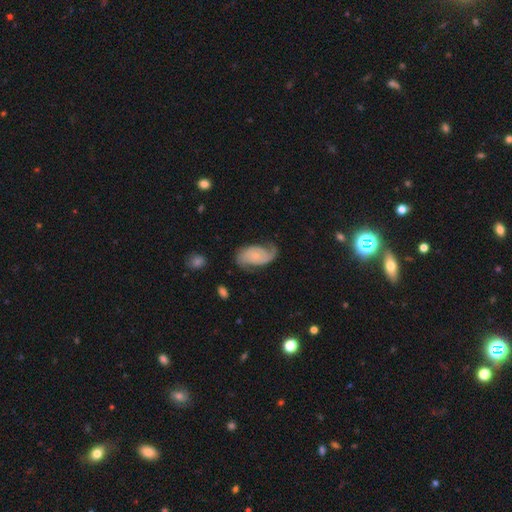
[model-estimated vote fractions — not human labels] Smooth or featured?
  - featured or disk: 77% *
  - smooth: 17%
  - star or artifact: 6%
Edge-on disk?
  - no: 97% *
  - yes: 3%
Bar?
  - no: 70% *
  - weak: 25%
  - strong: 5%
Spiral arms?
  - yes: 95% *
  - no: 5%
Spiral winding?
  - medium: 42% *
  - tight: 33%
  - loose: 26%
Spiral arm count?
  - 2: 81% *
  - can't tell: 7%
  - 1: 7%
  - 3: 2%
  - 4: 1%
  - more than 4: 1%
Bulge size?
  - small: 71% *
  - moderate: 19%
  - none: 7%
  - large: 2%
  - dominant: 1%
Merging?
  - none: 64% *
  - minor disturbance: 23%
  - major disturbance: 12%
  - merger: 2%